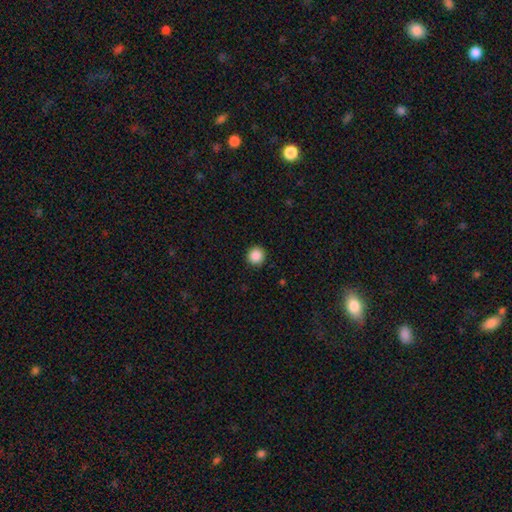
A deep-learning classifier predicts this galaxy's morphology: smooth-or-featured: smooth: 88% | star or artifact: 9% | featured or disk: 3%
  how-rounded: round: 94% | in between: 5% | cigar-shaped: 1%
  merging: none: 92% | minor disturbance: 5% | major disturbance: 2% | merger: 1%